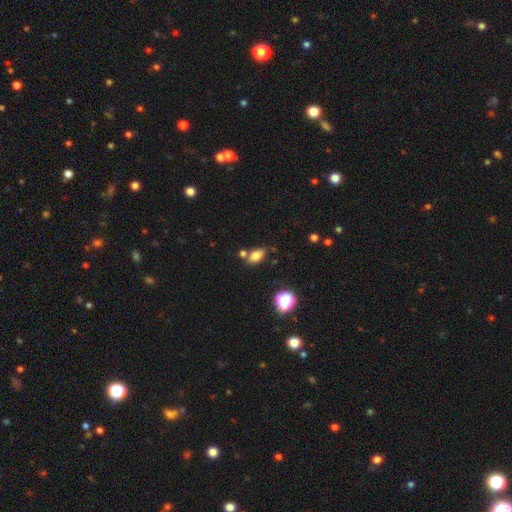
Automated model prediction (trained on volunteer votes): smooth_or_featured: smooth (p=0.78) [alt: star or artifact p=0.13]
how_rounded: in between (p=0.85) [alt: round p=0.12]
merging: none (p=0.65) [alt: merger p=0.17]